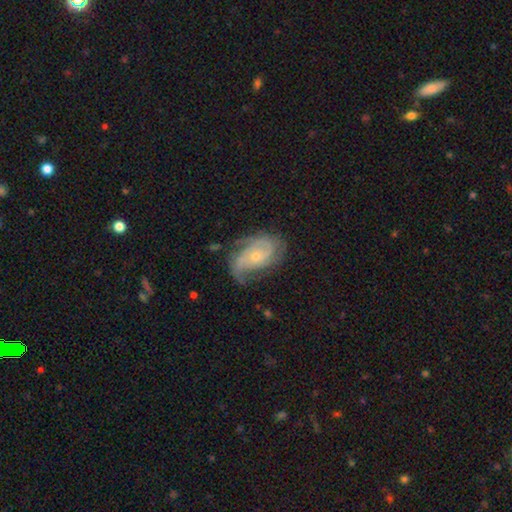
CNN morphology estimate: This is likely a featured or disk galaxy (79%). It is clearly not viewed edge-on (97%). Bar: likely no (68%). Spiral arm pattern: clearly yes (93%). Spiral arm count: possibly 2 (55%). Spiral winding: marginally medium (42%). Central bulge: likely small (68%). Merging: possibly none (57%).